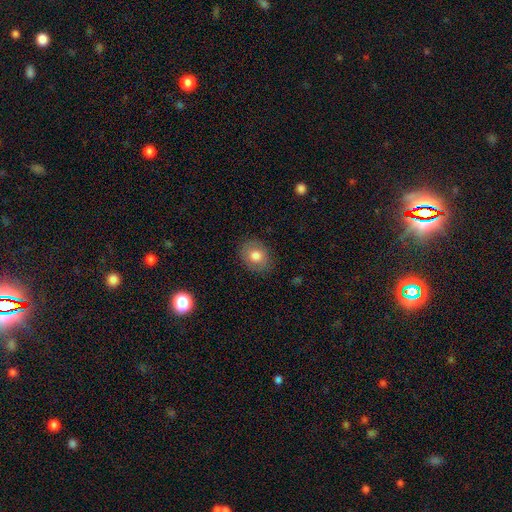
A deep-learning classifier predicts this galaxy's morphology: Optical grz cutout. It shows a smooth galaxy with no disk features (75%) that is round (51%). Merging: none (84%).